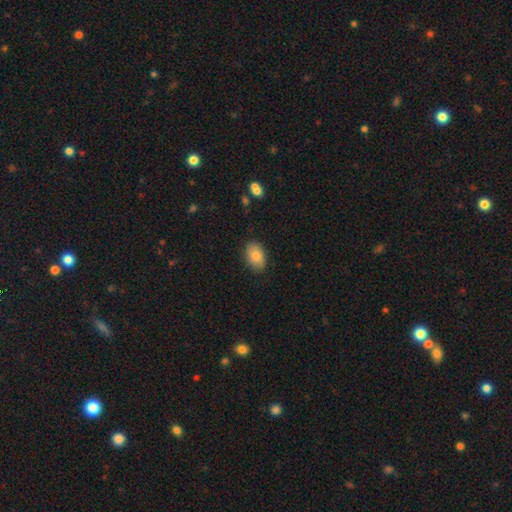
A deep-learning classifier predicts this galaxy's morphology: Smooth or featured: smooth — 82% (featured or disk — 11%)
How rounded: in between — 85% (round — 14%)
Merging: none — 86% (minor disturbance — 11%)